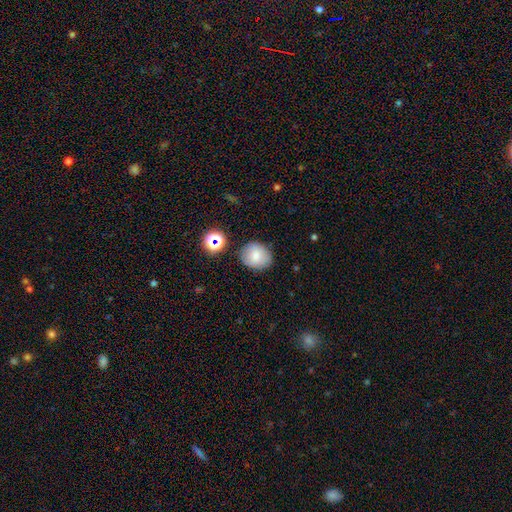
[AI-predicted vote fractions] This appears to be a smooth galaxy with no disk features (78%) that is round (70%). Merging: none (81%).